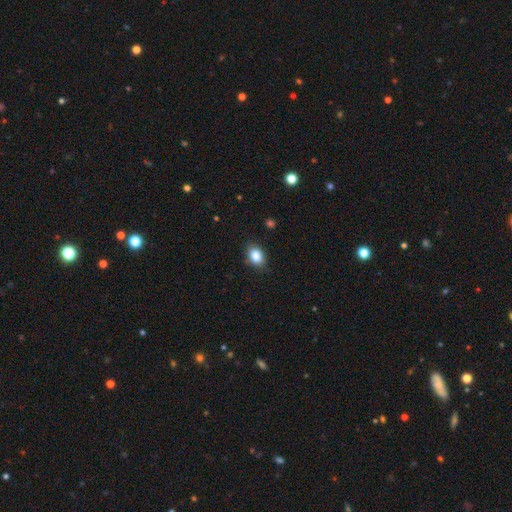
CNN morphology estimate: The model was most divided on "how rounded": in between: 76%, round: 22%, cigar-shaped: 1%. More confident: smooth or featured — smooth (84%); merging — none (84%).